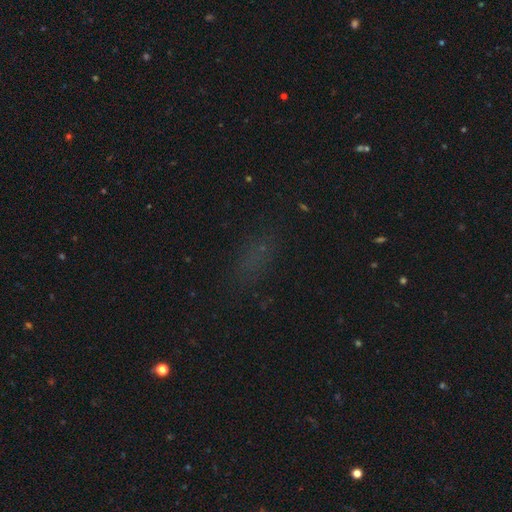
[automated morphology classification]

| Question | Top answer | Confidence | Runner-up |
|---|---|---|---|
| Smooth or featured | smooth | 50% | star or artifact (38%) |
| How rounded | in between | 75% | round (13%) |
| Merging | none | 73% | minor disturbance (15%) |